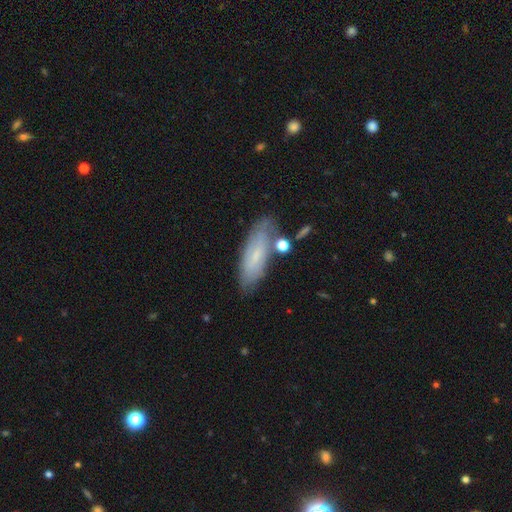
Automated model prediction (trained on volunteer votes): smooth 56%, featured or disk 37%, star or artifact 8%. Down the decision tree: how rounded — in between (62%); merging — none (71%).